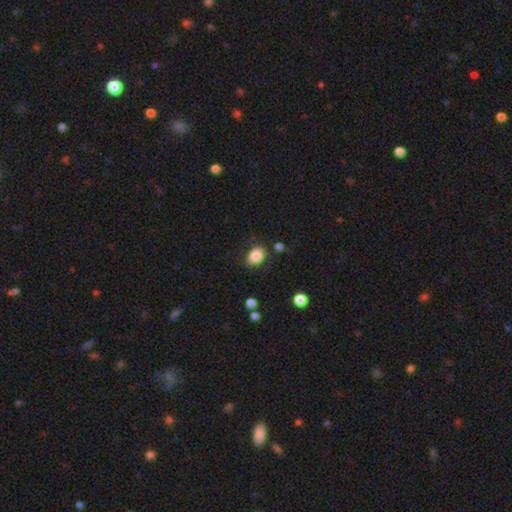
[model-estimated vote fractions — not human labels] This is clearly a smooth galaxy (84%). How rounded: likely in between (77%). Merging: likely none (78%).